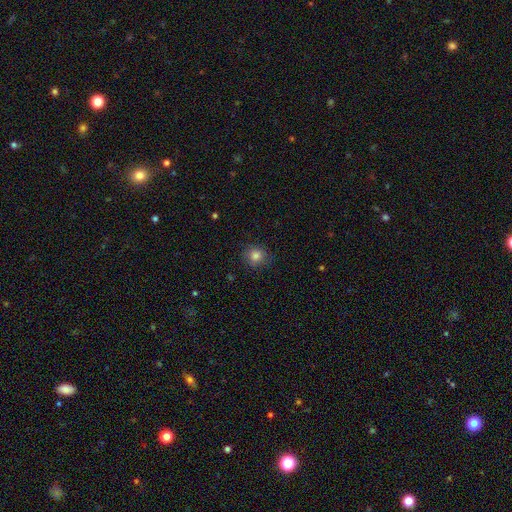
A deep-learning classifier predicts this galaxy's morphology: smooth-or-featured: smooth: 82% | star or artifact: 11% | featured or disk: 6%
  how-rounded: round: 85% | in between: 14% | cigar-shaped: 1%
  merging: none: 84% | minor disturbance: 12% | major disturbance: 3% | merger: 1%